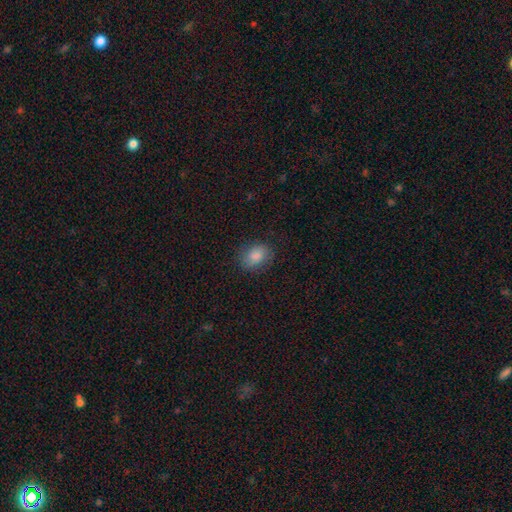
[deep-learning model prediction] smooth_or_featured: smooth (p=0.81) [alt: star or artifact p=0.10]
how_rounded: in between (p=0.62) [alt: round p=0.37]
merging: none (p=0.82) [alt: minor disturbance p=0.13]